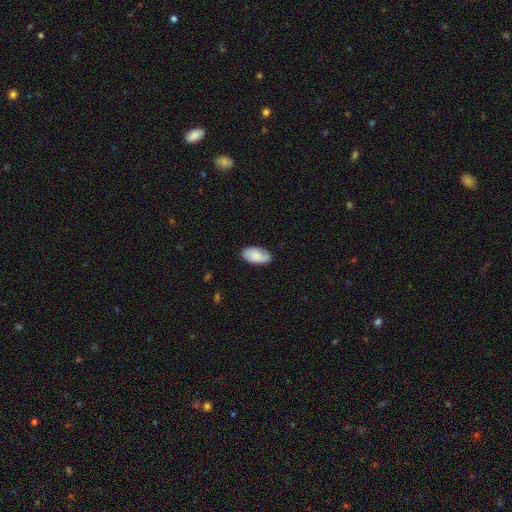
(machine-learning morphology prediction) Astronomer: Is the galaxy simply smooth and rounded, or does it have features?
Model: smooth — 77%.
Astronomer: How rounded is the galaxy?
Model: in between — 95%.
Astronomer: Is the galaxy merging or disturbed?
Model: none — 81%.